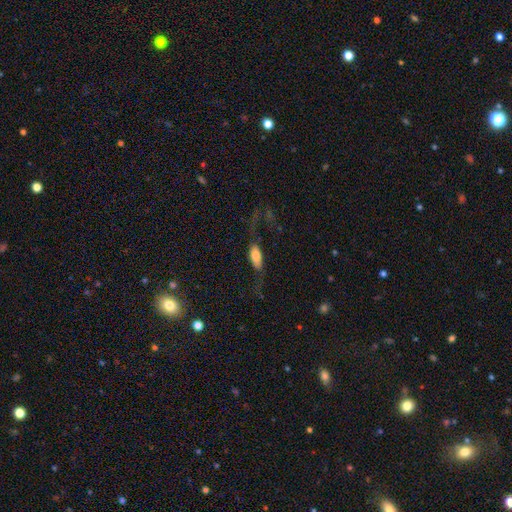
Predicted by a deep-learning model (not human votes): Morphology: type=smooth (63%); roundness=in between (75%); merging=none (44%).